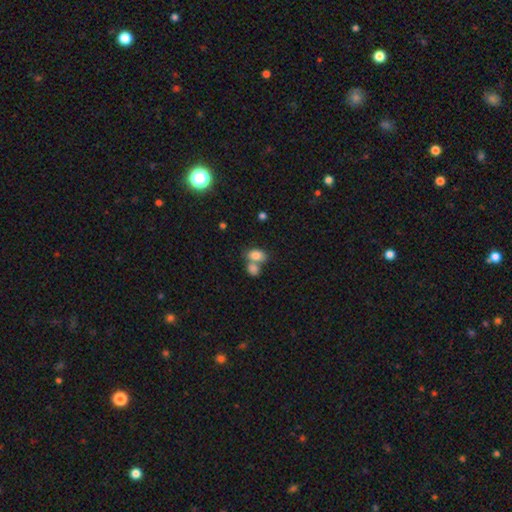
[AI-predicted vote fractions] A smooth galaxy with no disk features (81%) that is in between round and cigar-shaped (83%). Merging: merger (54%).